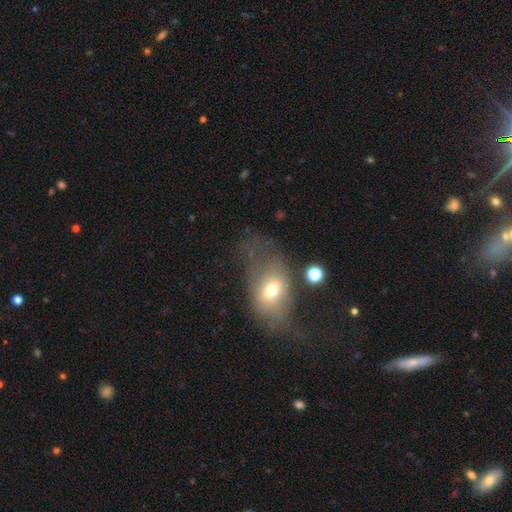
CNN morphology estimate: smooth-or-featured: smooth: 50% | featured or disk: 36% | star or artifact: 14%
  merging: major disturbance: 41% | none: 28% | minor disturbance: 24% | merger: 6%